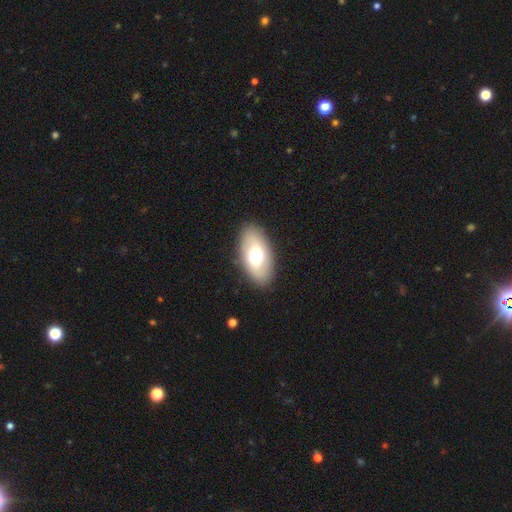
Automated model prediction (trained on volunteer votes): Q: Smooth or featured?
A: smooth (64%); runner-up: featured or disk (28%)
Q: How rounded?
A: in between (92%); runner-up: round (5%)
Q: Merging?
A: none (87%); runner-up: minor disturbance (9%)